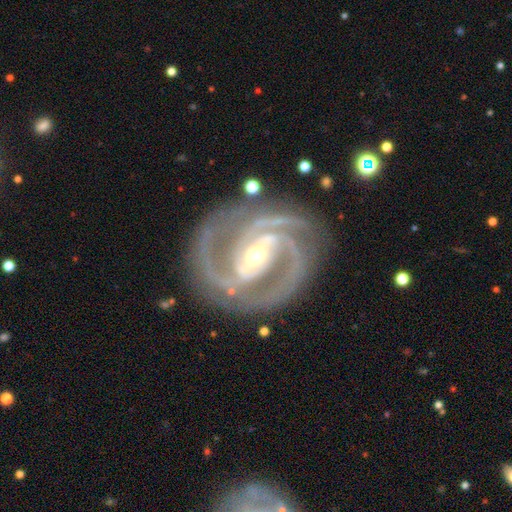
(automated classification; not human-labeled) This appears to be a featured or disk galaxy (94%) with a strong bar (56%), 2 (47%) tight (50%) spiral arms (99%) and a moderate central bulge (52%). Merging: none (80%).